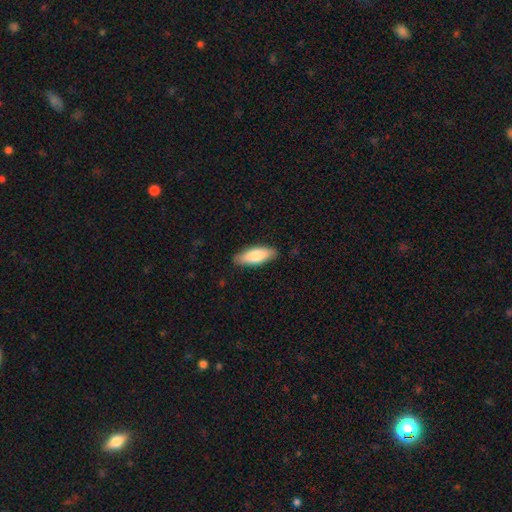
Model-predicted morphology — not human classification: Smooth or featured? smooth (80%)
How rounded? in between (70%)
Merging? none (86%)